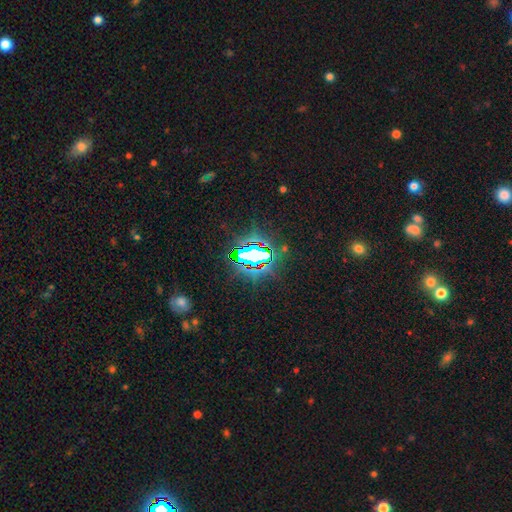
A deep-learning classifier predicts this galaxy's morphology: Smooth or featured: star or artifact — 80% (smooth — 12%)